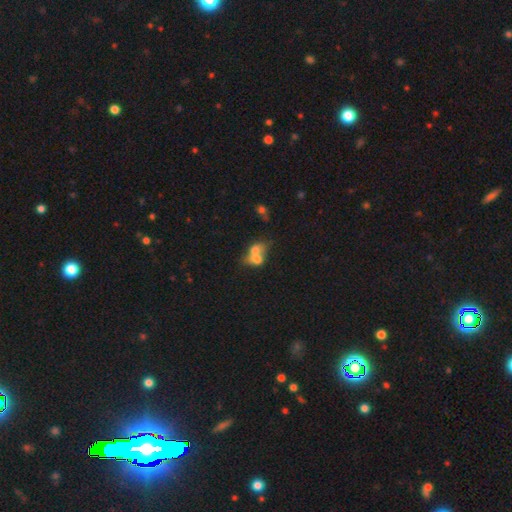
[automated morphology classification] Smooth or featured? Predicted: smooth (p=0.65). How rounded? Predicted: in between (p=0.58). Merging? Predicted: merger (p=0.72).